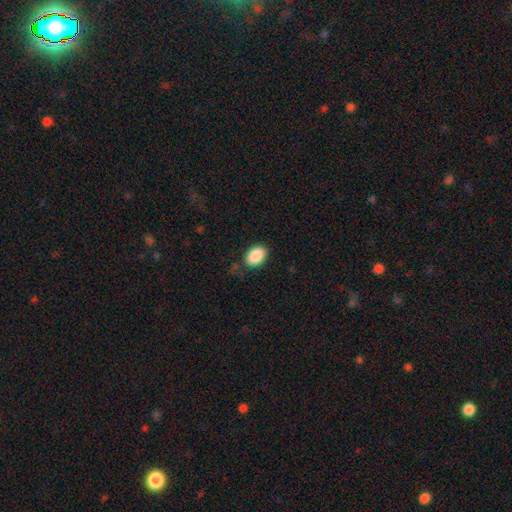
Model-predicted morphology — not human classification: smooth 88%, star or artifact 7%, featured or disk 4%. Down the decision tree: how rounded — in between (82%); merging — none (78%).